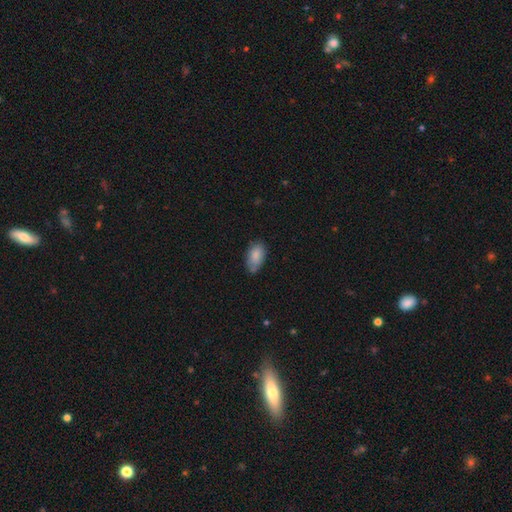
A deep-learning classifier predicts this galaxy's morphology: Smooth or featured? smooth (84%)
How rounded? in between (93%)
Merging? none (64%)